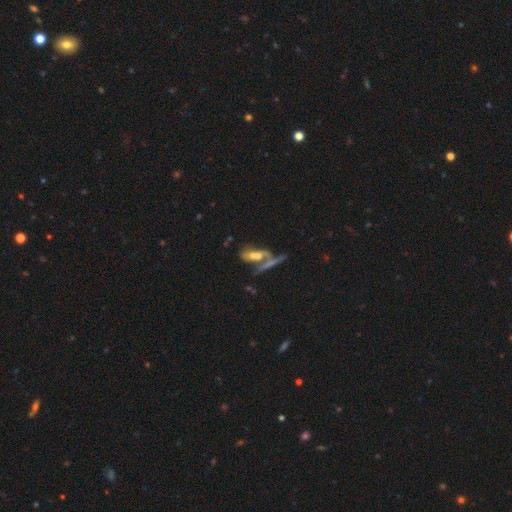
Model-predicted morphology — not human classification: type=featured or disk (45%); merging=merger (47%).